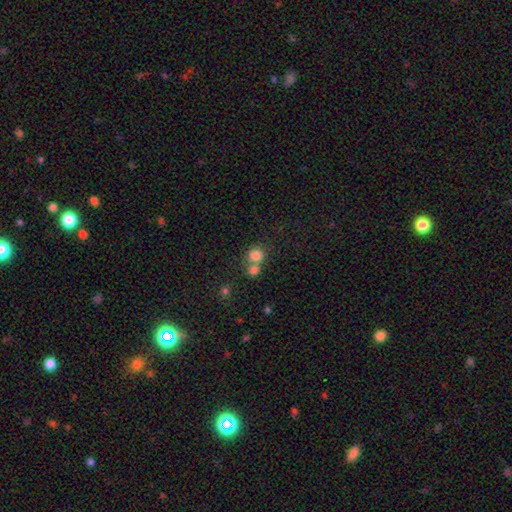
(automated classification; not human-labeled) Q: Smooth or featured?
A: smooth (80%); runner-up: star or artifact (12%)
Q: How rounded?
A: round (84%); runner-up: in between (15%)
Q: Merging?
A: none (45%); tied with: merger (45%)